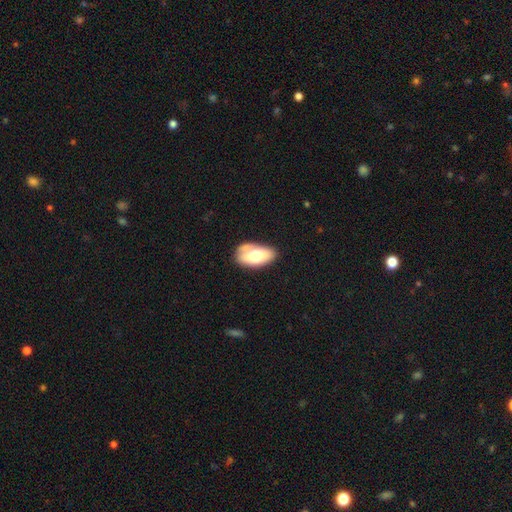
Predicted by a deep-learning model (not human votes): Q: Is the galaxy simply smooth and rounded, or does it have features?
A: smooth — 65%.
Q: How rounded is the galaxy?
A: in between — 93%.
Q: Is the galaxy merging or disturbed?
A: none — 52%.